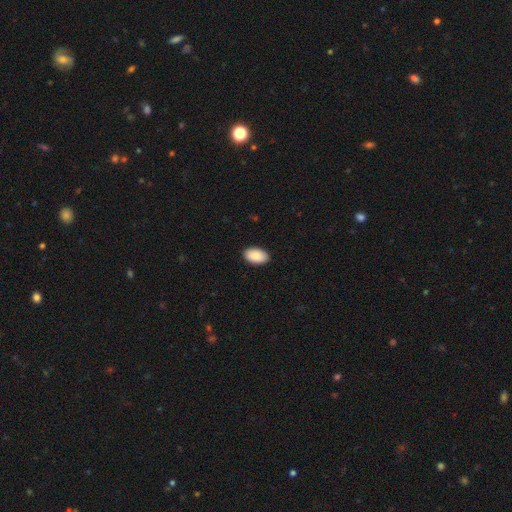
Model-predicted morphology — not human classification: Smooth or featured? Predicted: smooth (p=0.91). How rounded? Predicted: in between (p=0.95). Merging? Predicted: none (p=0.90).